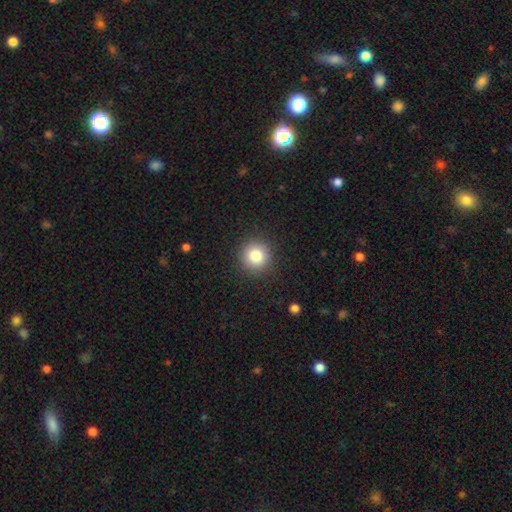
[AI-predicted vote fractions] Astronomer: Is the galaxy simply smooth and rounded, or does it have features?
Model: smooth — 82%.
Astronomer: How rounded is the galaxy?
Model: round — 93%.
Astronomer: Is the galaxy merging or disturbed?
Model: none — 91%.